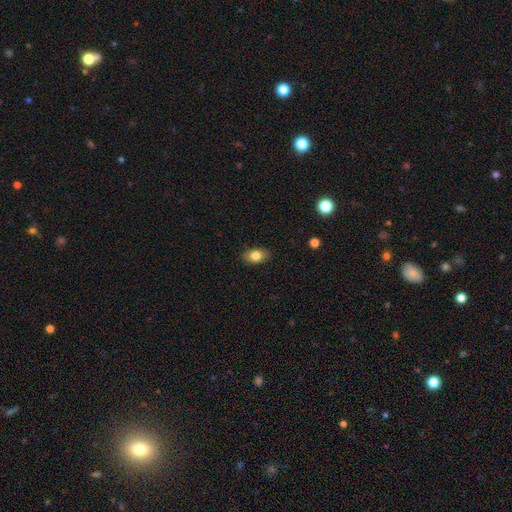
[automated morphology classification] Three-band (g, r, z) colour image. It shows a smooth galaxy with no disk features (82%) that is in between round and cigar-shaped (87%). Merging: none (86%).